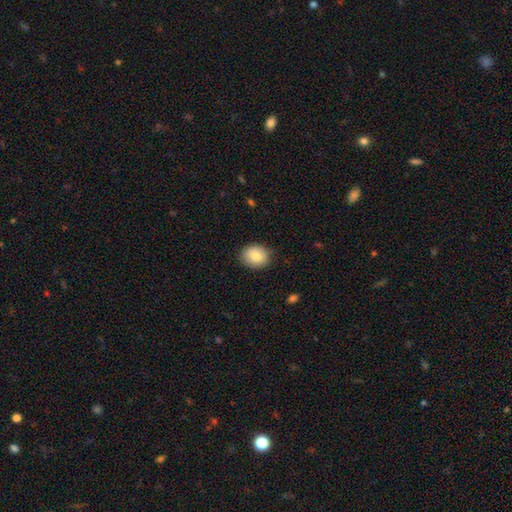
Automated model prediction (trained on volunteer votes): smooth_or_featured: smooth (p=0.80) [alt: featured or disk p=0.13]
how_rounded: round (p=0.54) [alt: in between p=0.45]
merging: none (p=0.84) [alt: minor disturbance p=0.13]